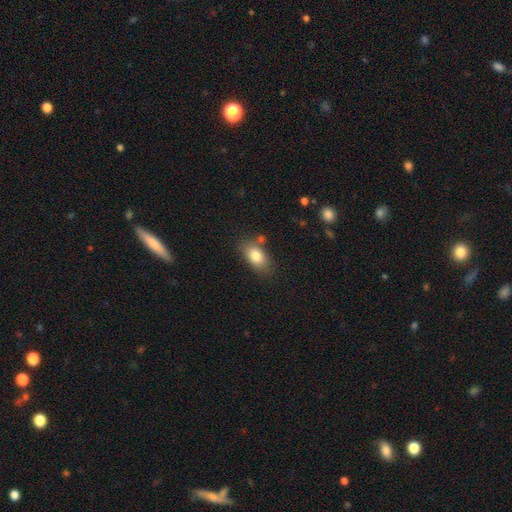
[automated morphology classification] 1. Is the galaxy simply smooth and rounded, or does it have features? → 82% smooth, 10% featured or disk, 8% star or artifact.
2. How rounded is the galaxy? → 89% in between, 9% round, 3% cigar-shaped.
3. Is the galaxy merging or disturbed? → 73% none, 15% minor disturbance, 8% merger, 4% major disturbance.